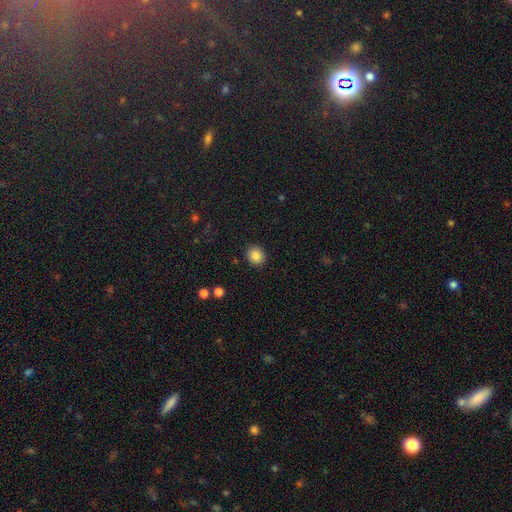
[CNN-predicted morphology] Smooth or featured?
  - smooth: 86% *
  - star or artifact: 10%
  - featured or disk: 4%
How rounded?
  - round: 75% *
  - in between: 25%
  - cigar-shaped: 1%
Merging?
  - none: 89% *
  - minor disturbance: 7%
  - major disturbance: 2%
  - merger: 1%